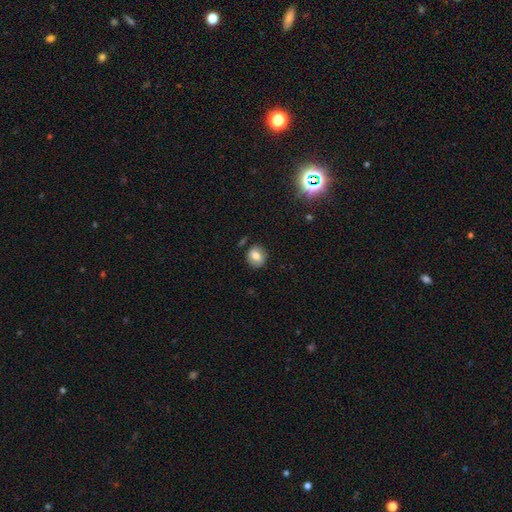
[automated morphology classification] type=smooth (75%); roundness=round (78%); merging=none (83%).